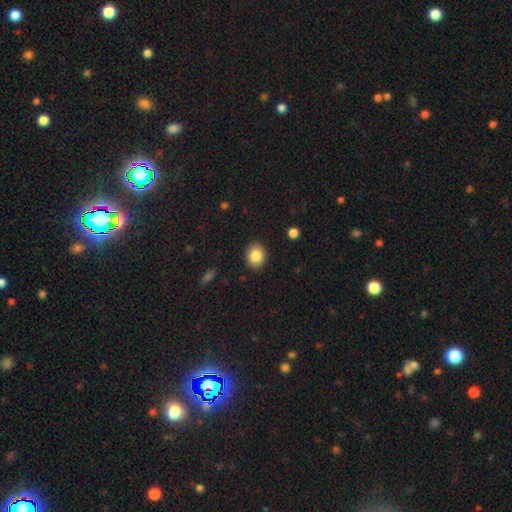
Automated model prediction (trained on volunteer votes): Smooth or featured? smooth (85%)
How rounded? round (65%)
Merging? none (90%)